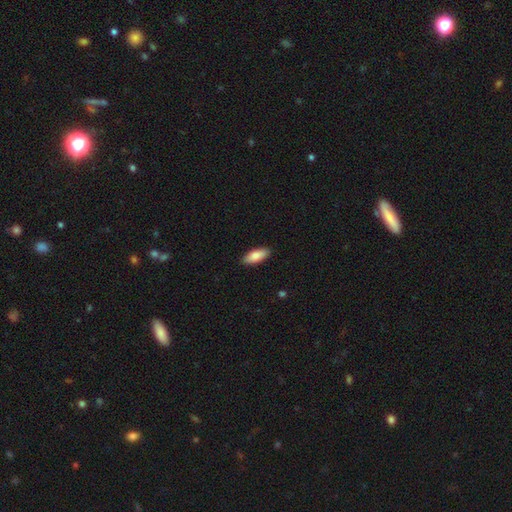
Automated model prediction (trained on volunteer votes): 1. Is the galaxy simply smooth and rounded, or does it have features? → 85% smooth, 9% featured or disk, 5% star or artifact.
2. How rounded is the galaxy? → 76% in between, 22% cigar-shaped, 2% round.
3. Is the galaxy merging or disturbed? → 89% none, 8% minor disturbance, 2% major disturbance, 1% merger.